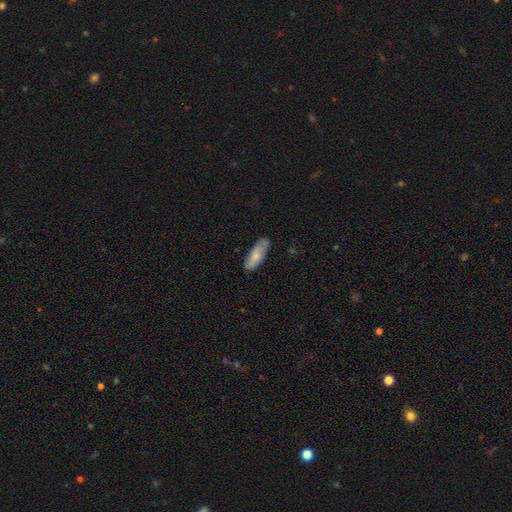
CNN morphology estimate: Smooth or featured? smooth (73%)
How rounded? in between (66%)
Merging? none (81%)